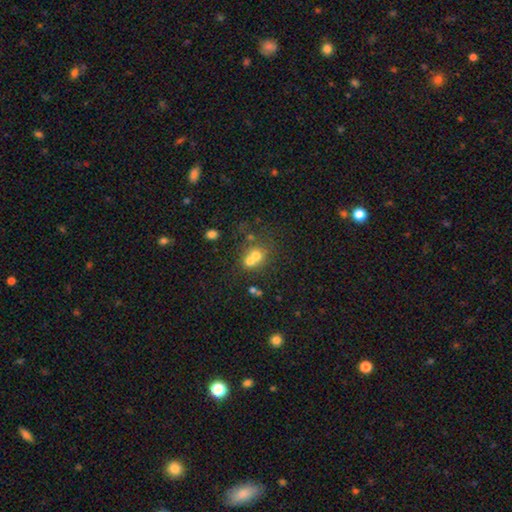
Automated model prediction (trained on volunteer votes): A smooth galaxy with no disk features (65%) that is round (77%). Merging: merger (59%).